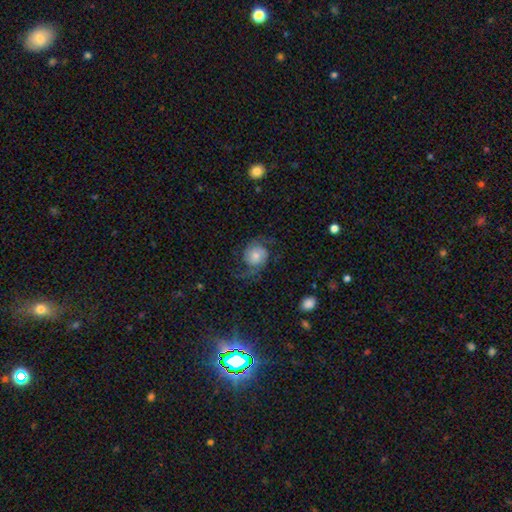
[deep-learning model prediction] Smooth or featured: featured or disk — 74% (smooth — 19%)
Edge-on disk: no — 98% (yes — 2%)
Bar: no — 71% (weak — 24%)
Spiral arms: yes — 95% (no — 5%)
Spiral winding: loose — 48% (medium — 39%)
Spiral arm count: 2 — 90% (can't tell — 3%)
Bulge size: small — 42% (moderate — 41%)
Merging: none — 67% (major disturbance — 16%)